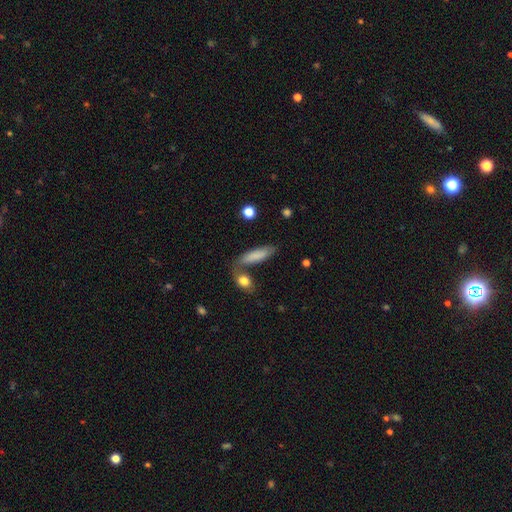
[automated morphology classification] type=smooth (81%); roundness=cigar-shaped (61%); merging=none (67%).